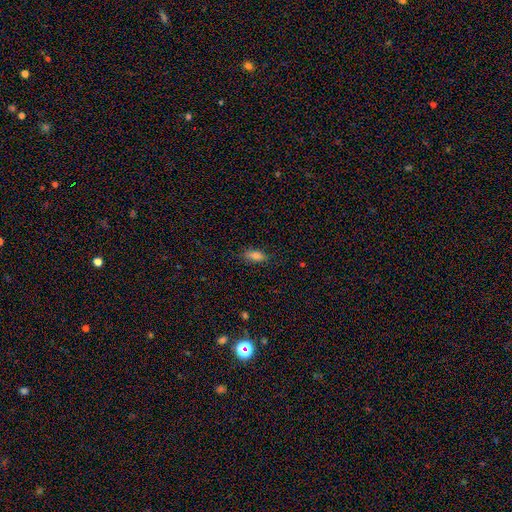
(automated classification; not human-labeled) This is clearly a smooth galaxy (83%). How rounded: clearly in between (85%). Merging: clearly none (84%).